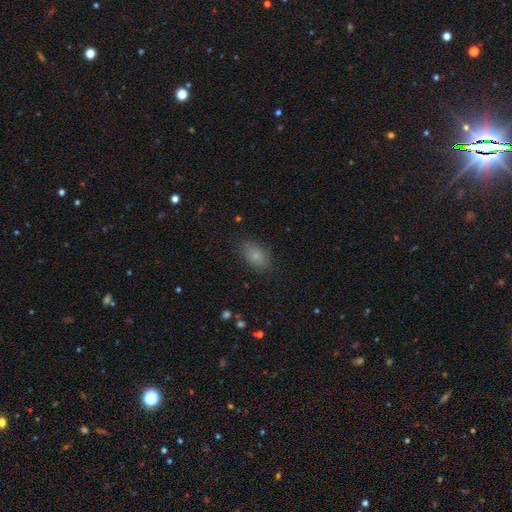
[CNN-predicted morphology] smooth-or-featured: smooth: 80% | star or artifact: 10% | featured or disk: 9%
  how-rounded: in between: 85% | round: 14% | cigar-shaped: 1%
  merging: none: 83% | minor disturbance: 12% | major disturbance: 3% | merger: 1%